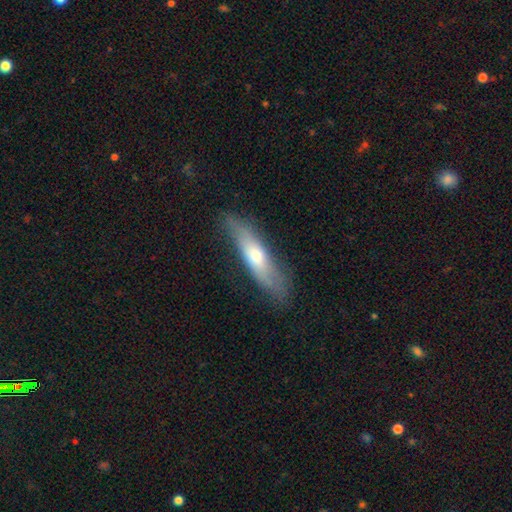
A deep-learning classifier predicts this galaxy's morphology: smooth_or_featured: smooth (p=0.49) [alt: featured or disk p=0.44]
merging: none (p=0.75) [alt: minor disturbance p=0.19]